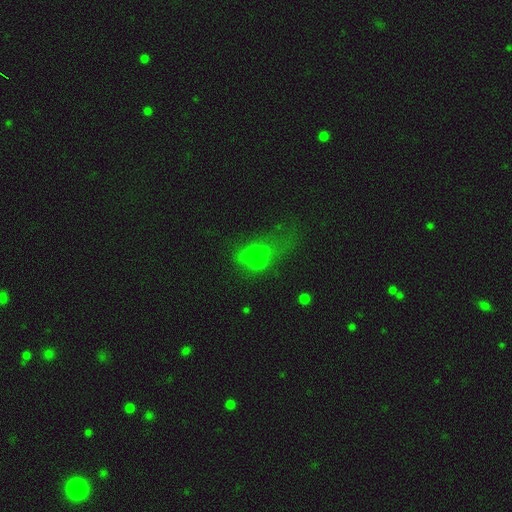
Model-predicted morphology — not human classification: A smooth galaxy with no disk features (56%) that is in between round and cigar-shaped (71%). Merging: major disturbance (37%).